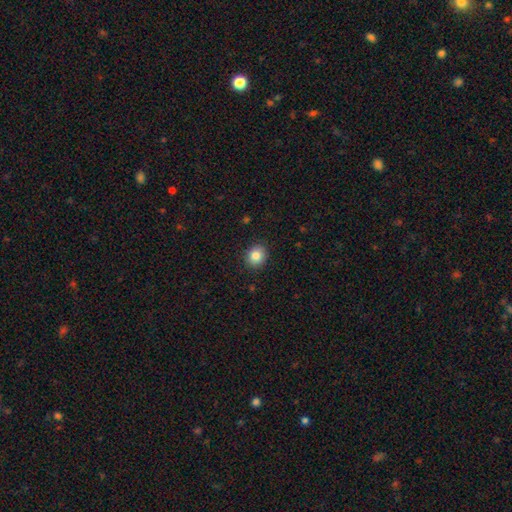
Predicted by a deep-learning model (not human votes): Overall: smooth (84%). How rounded: round (73%). Merging: none (90%).